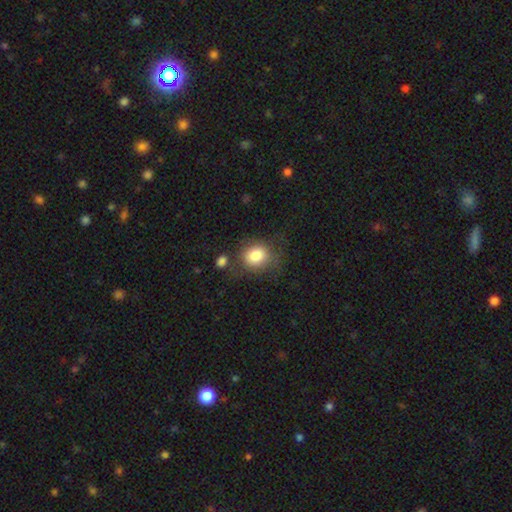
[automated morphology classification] This appears to be a smooth galaxy with no disk features (83%) that is round (65%). Merging: none (63%).